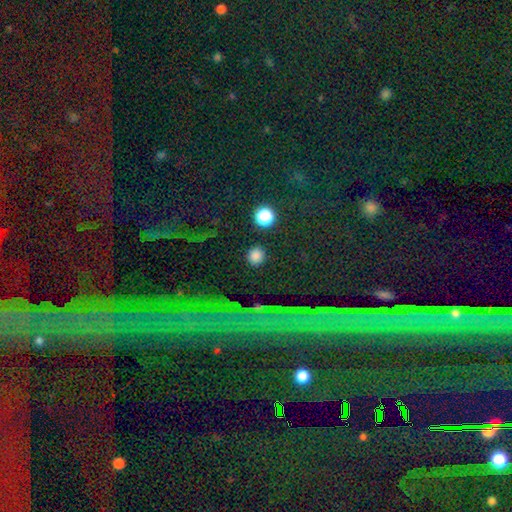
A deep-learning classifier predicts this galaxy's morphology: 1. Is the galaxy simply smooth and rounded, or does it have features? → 82% smooth, 14% star or artifact, 4% featured or disk.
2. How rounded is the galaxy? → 92% round, 7% in between, 1% cigar-shaped.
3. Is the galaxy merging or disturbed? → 90% none, 6% minor disturbance, 2% major disturbance, 2% merger.